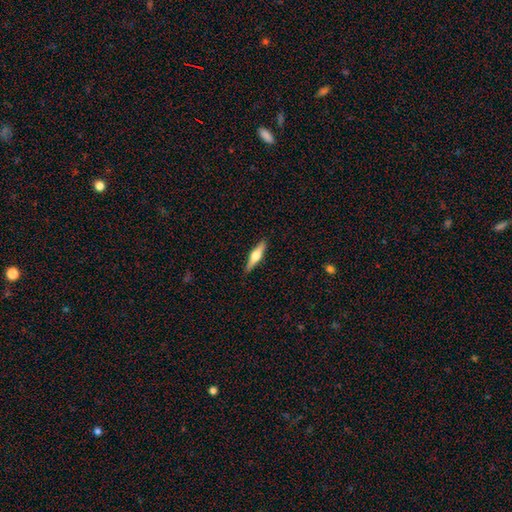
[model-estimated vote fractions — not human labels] Overall: featured or disk (58%; smooth 37%). Edge-on disk: yes (96%). Edge-on bulge: rounded (94%). Merging: none (90%).